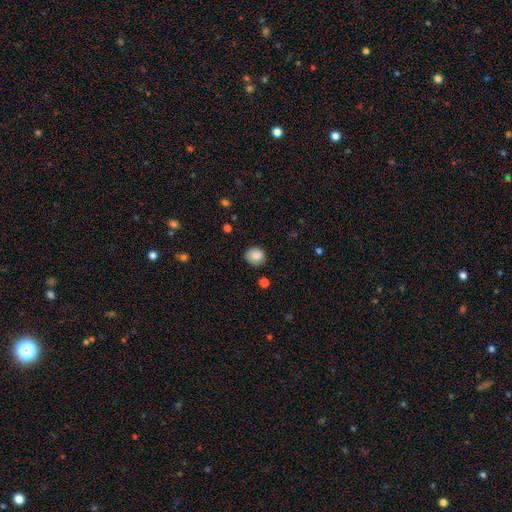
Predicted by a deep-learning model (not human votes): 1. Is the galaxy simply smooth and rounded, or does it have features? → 86% smooth, 9% star or artifact, 5% featured or disk.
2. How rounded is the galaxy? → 85% round, 14% in between, 1% cigar-shaped.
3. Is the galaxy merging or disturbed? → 83% none, 13% minor disturbance, 3% major disturbance, 1% merger.